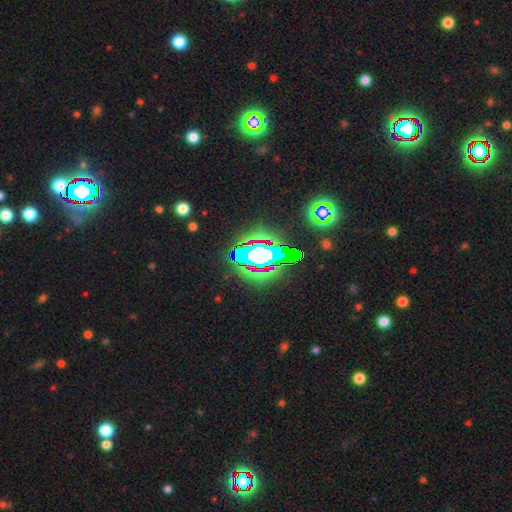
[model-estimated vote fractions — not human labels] Smooth or featured: star or artifact — 64% (featured or disk — 19%)